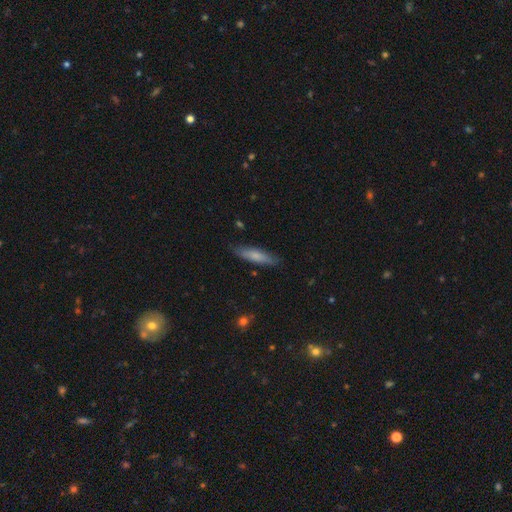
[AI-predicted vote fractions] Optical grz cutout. It shows a smooth galaxy with no disk features (74%) that is cigar-shaped (75%). Merging: none (84%).